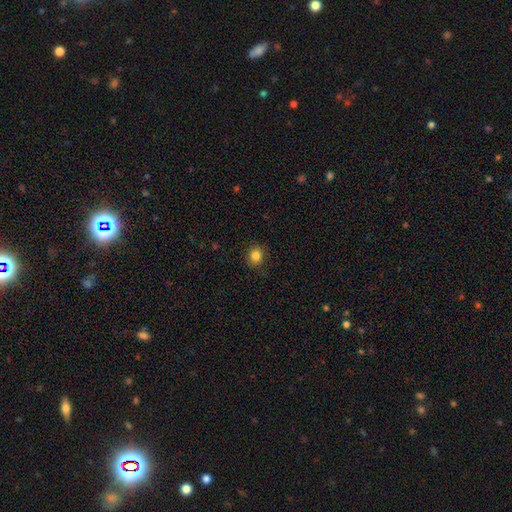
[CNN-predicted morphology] This is clearly a smooth galaxy (83%). How rounded: likely round (77%). Merging: clearly none (89%).